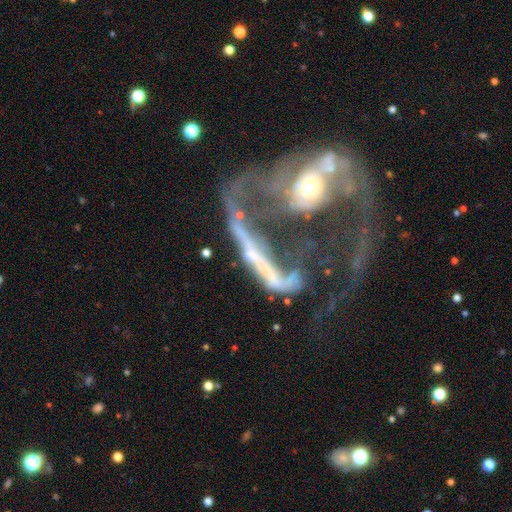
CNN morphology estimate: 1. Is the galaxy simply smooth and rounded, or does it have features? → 74% featured or disk, 16% smooth, 10% star or artifact.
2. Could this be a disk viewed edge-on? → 78% no, 22% yes.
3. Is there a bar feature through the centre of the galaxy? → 64% no, 19% strong, 17% weak.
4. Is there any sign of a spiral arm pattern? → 50% yes (tied), 50% no (tied).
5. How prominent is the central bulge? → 48% small, 34% moderate, 11% none, 5% large, 3% dominant.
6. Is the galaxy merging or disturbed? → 54% merger, 31% major disturbance, 9% none, 6% minor disturbance.